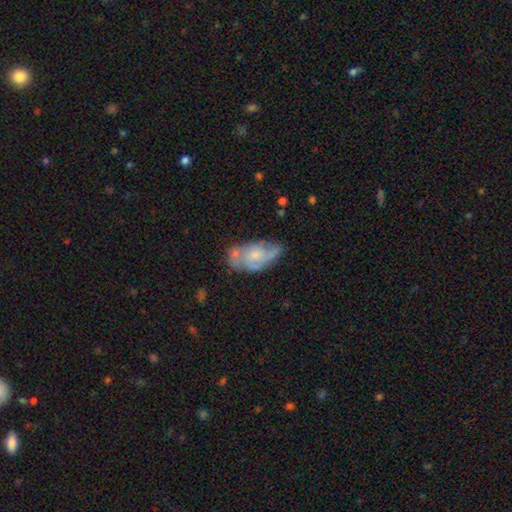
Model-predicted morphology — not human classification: featured or disk 66%, smooth 28%, star or artifact 7%. Down the decision tree: edge-on disk — no (95%); bar — no (73%); spiral arms — yes (82%); spiral arm count — 2 (31%); spiral winding — medium (44%); bulge size — small (47%); merging — none (56%).